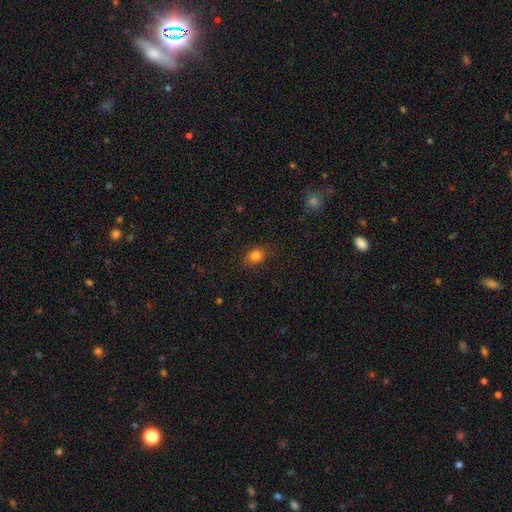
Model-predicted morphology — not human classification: Smooth or featured? smooth (82%)
How rounded? round (50%)
Merging? none (84%)